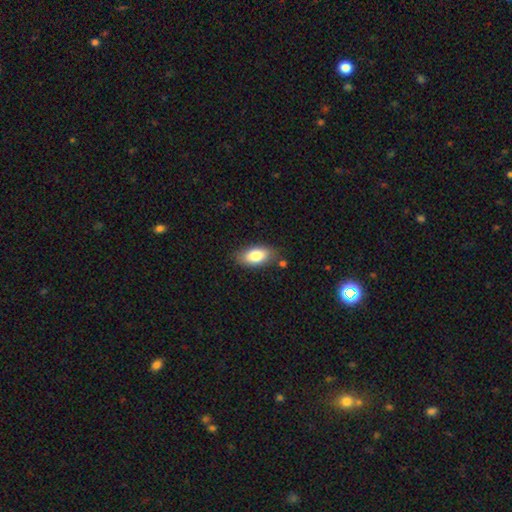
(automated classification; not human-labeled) Smooth or featured? smooth (82%)
How rounded? in between (91%)
Merging? none (81%)